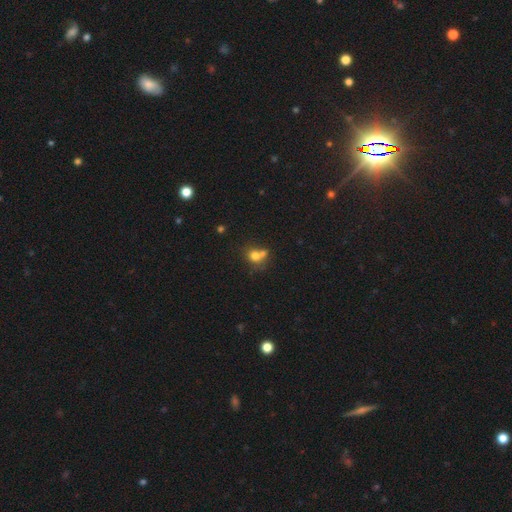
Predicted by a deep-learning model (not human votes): Smooth or featured? Predicted: smooth (p=0.73). How rounded? Predicted: round (p=0.70). Merging? Predicted: merger (p=0.44).